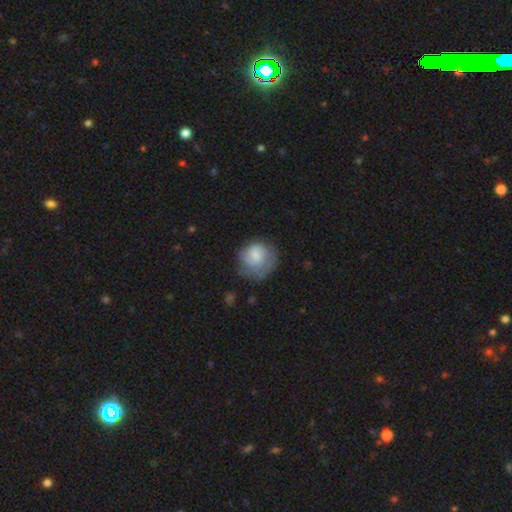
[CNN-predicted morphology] smooth 65%, featured or disk 27%, star or artifact 7%. Down the decision tree: how rounded — round (82%); merging — none (53%).